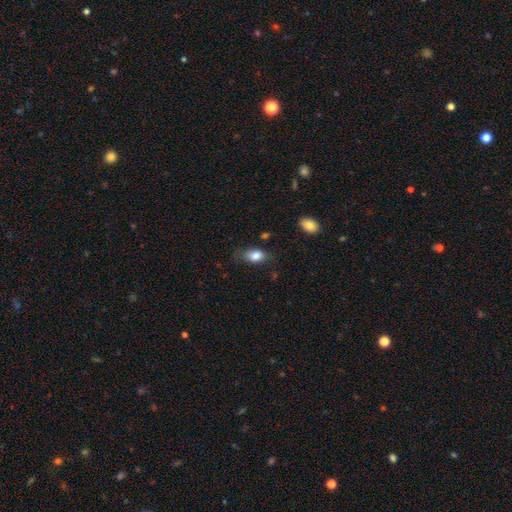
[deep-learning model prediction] This appears to be a smooth galaxy with no disk features (82%) that is in between round and cigar-shaped (84%). Merging: none (64%).